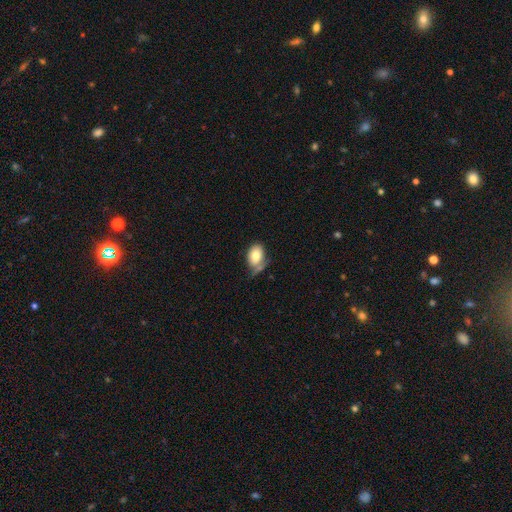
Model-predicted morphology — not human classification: Smooth or featured: smooth — 76% (featured or disk — 17%)
How rounded: in between — 83% (round — 15%)
Merging: none — 41% (minor disturbance — 28%)